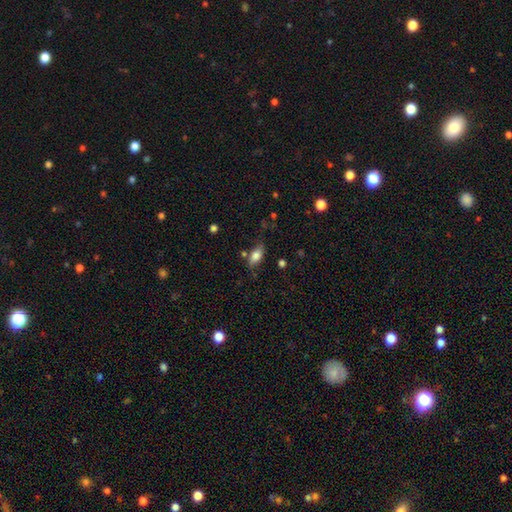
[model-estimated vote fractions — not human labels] A smooth galaxy with no disk features (77%) that is in between round and cigar-shaped (85%). Merging: none (67%).